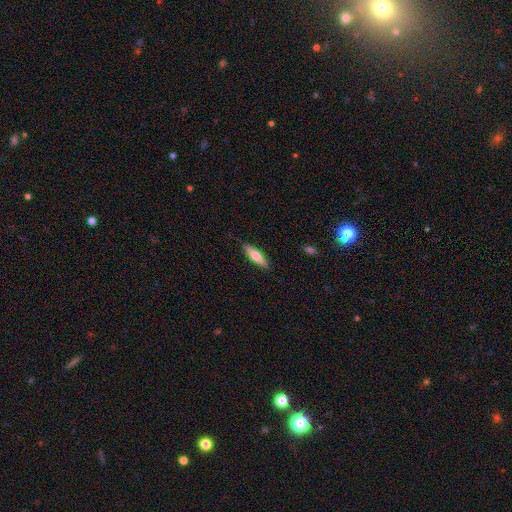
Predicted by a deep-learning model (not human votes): A smooth galaxy with no disk features (62%) that is cigar-shaped (64%).

Vote fractions:
- Smooth or featured? smooth: 62% / featured or disk: 32% / star or artifact: 6%
- How rounded? cigar-shaped: 64% / in between: 34% / round: 2%
- Merging? none: 86% / minor disturbance: 10% / major disturbance: 2% / merger: 1%